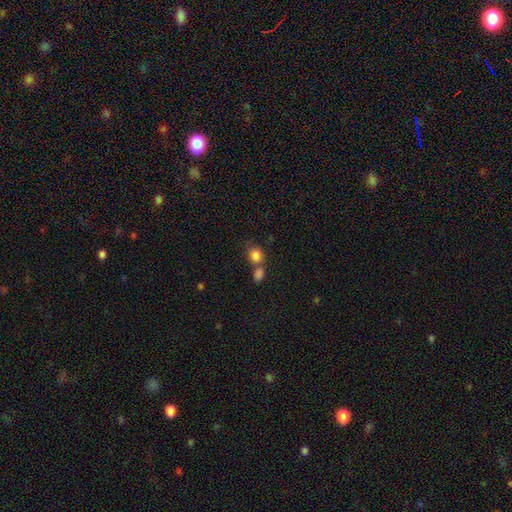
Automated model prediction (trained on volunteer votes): A smooth galaxy with no disk features (84%) that is round (68%).

Vote fractions:
- Smooth or featured? smooth: 84% / star or artifact: 10% / featured or disk: 6%
- How rounded? round: 68% / in between: 31% / cigar-shaped: 1%
- Merging? none: 48% / merger: 38% / minor disturbance: 10% / major disturbance: 4%